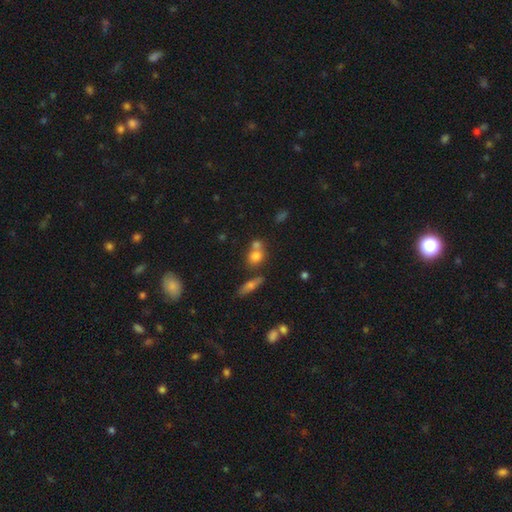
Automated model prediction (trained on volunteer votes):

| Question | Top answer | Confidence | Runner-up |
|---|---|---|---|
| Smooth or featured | smooth | 72% | featured or disk (15%) |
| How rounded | round | 68% | in between (28%) |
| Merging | merger | 44% | none (43%) |